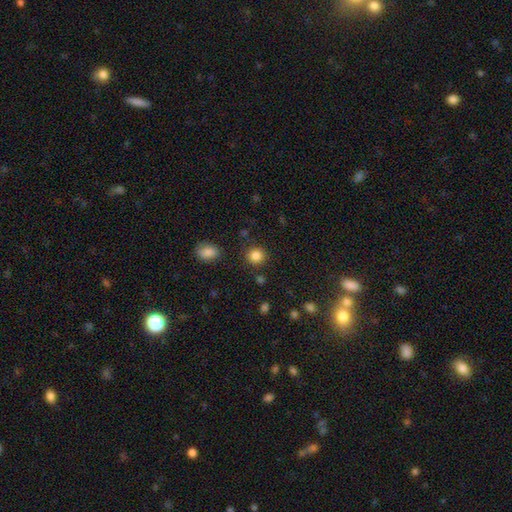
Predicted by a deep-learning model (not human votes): A smooth galaxy with no disk features (85%) that is round (90%). Merging: none (87%).